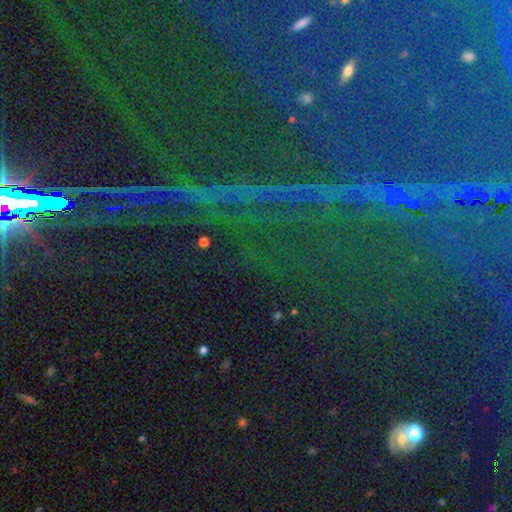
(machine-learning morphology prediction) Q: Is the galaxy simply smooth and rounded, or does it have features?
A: star or artifact — 87%.